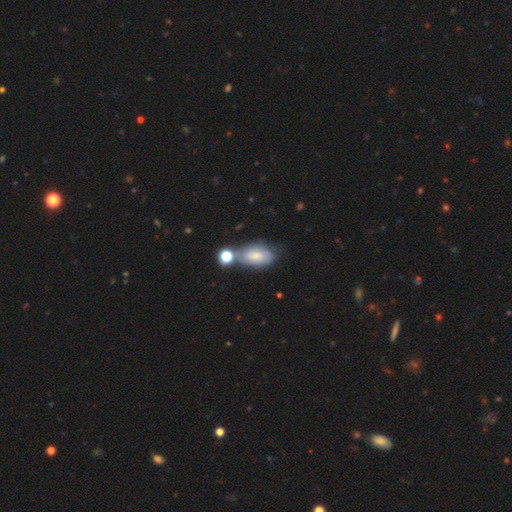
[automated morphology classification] The model was most divided on "smooth or featured": smooth: 55%, featured or disk: 36%, star or artifact: 10%. Remaining: how rounded — in between (89%); merging — none (44%).